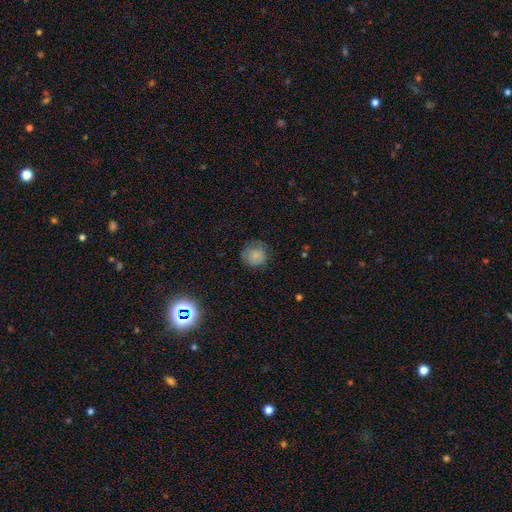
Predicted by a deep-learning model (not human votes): Overall: smooth (79%). How rounded: round (88%). Merging: none (73%).